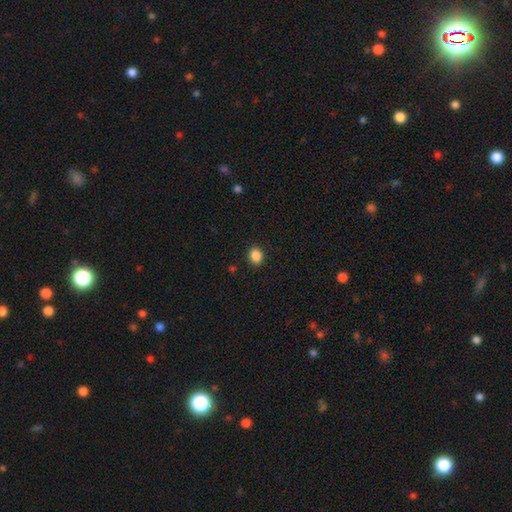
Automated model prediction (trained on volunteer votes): Smooth or featured? Predicted: smooth (p=0.87). How rounded? Predicted: round (p=0.56). Merging? Predicted: none (p=0.90).